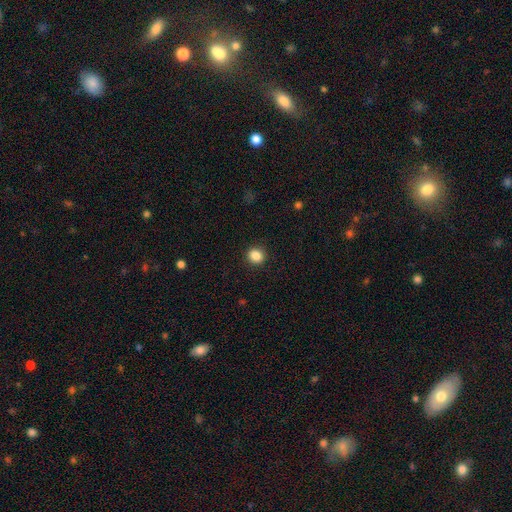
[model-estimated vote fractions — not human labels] Q: Smooth or featured?
A: smooth (87%); runner-up: star or artifact (10%)
Q: How rounded?
A: round (81%); runner-up: in between (18%)
Q: Merging?
A: none (91%); runner-up: minor disturbance (6%)